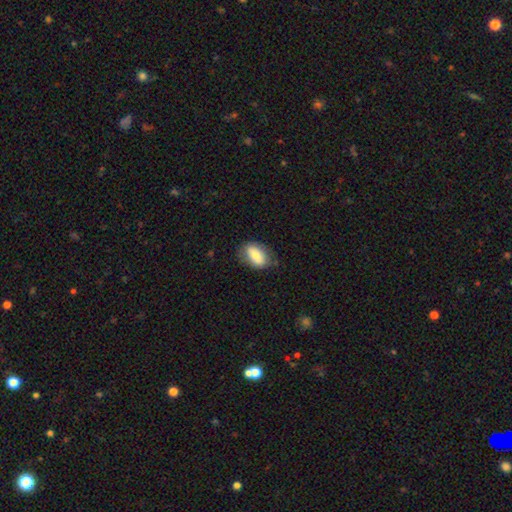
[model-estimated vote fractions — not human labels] smooth-or-featured: smooth: 75% | featured or disk: 18% | star or artifact: 7%
  how-rounded: in between: 88% | round: 9% | cigar-shaped: 3%
  merging: none: 72% | minor disturbance: 21% | major disturbance: 6% | merger: 1%